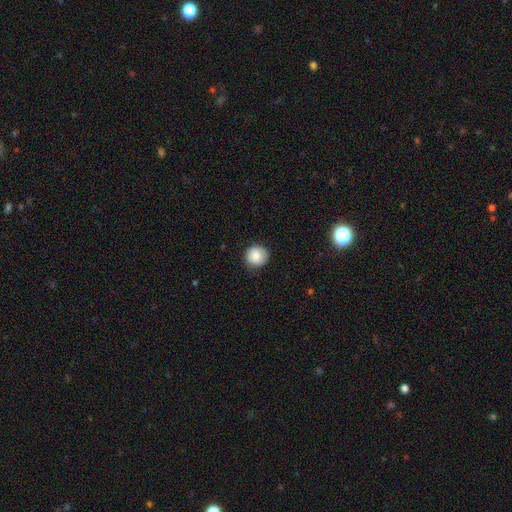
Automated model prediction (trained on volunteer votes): A smooth galaxy with no disk features (84%) that is round (92%).

Vote fractions:
- Smooth or featured? smooth: 84% / star or artifact: 8% / featured or disk: 8%
- How rounded? round: 92% / in between: 7% / cigar-shaped: 1%
- Merging? none: 81% / minor disturbance: 15% / major disturbance: 3% / merger: 1%